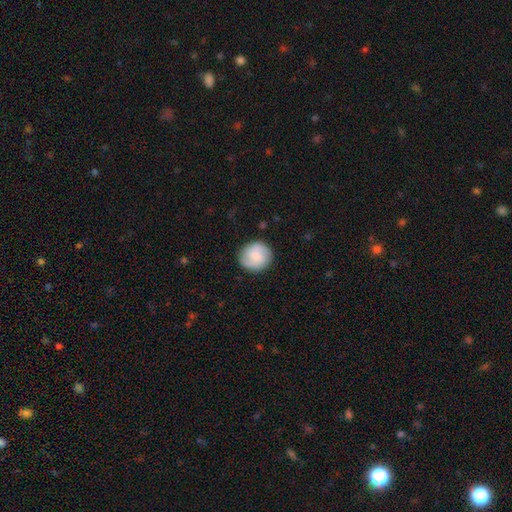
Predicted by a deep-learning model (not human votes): Smooth or featured?
  - smooth: 55% *
  - featured or disk: 38%
  - star or artifact: 7%
How rounded?
  - round: 88% *
  - in between: 11%
  - cigar-shaped: 1%
Merging?
  - none: 87% *
  - minor disturbance: 10%
  - major disturbance: 3%
  - merger: 1%